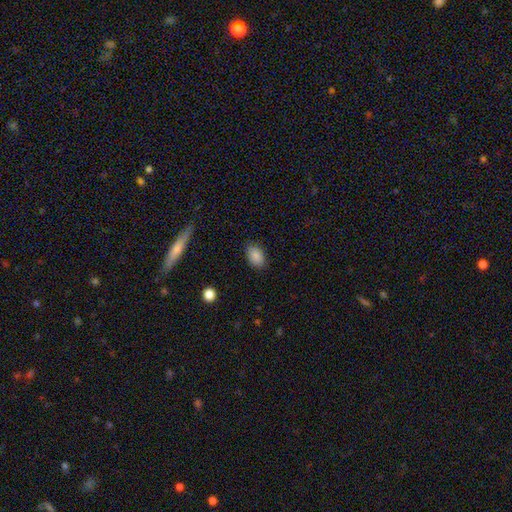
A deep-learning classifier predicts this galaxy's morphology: smooth-or-featured: smooth: 88% | star or artifact: 8% | featured or disk: 4%
  how-rounded: in between: 88% | round: 10% | cigar-shaped: 1%
  merging: none: 85% | minor disturbance: 11% | major disturbance: 3% | merger: 1%